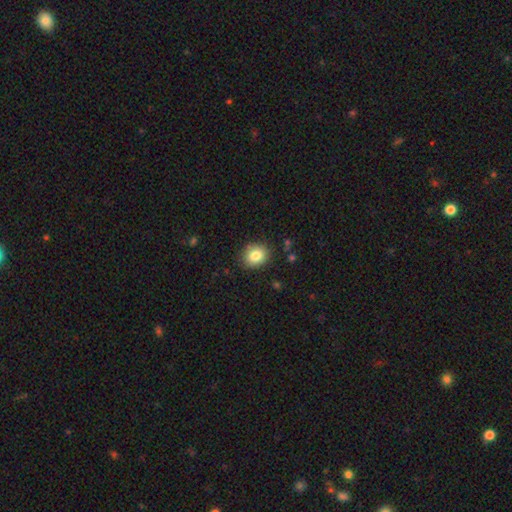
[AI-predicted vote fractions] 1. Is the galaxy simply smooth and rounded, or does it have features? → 84% smooth, 9% star or artifact, 7% featured or disk.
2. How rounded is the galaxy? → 67% round, 32% in between, 1% cigar-shaped.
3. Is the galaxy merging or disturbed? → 87% none, 9% minor disturbance, 2% major disturbance, 1% merger.